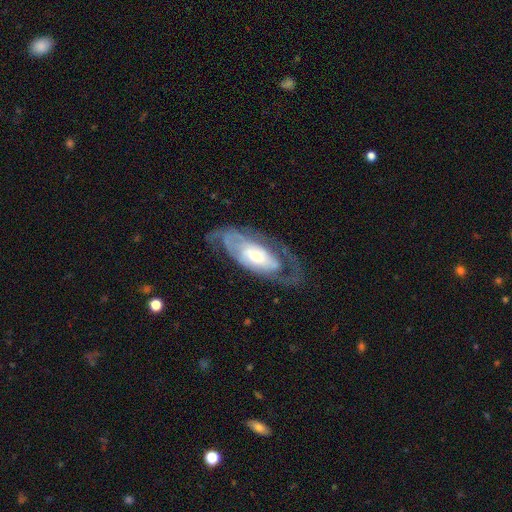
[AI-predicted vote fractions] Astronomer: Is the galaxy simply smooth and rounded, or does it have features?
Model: featured or disk — 78%.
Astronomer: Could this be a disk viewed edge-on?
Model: no — 90%.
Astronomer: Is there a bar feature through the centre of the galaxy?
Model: no — 61%.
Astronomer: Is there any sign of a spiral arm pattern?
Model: yes — 84%.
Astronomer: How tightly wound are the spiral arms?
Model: tight — 48% (runner-up: medium, 36%).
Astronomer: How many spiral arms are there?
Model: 2 — 49% (runner-up: can't tell, 31%).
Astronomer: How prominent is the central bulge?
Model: moderate — 52% (runner-up: small, 28%).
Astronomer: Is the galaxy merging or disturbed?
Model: none — 60%.